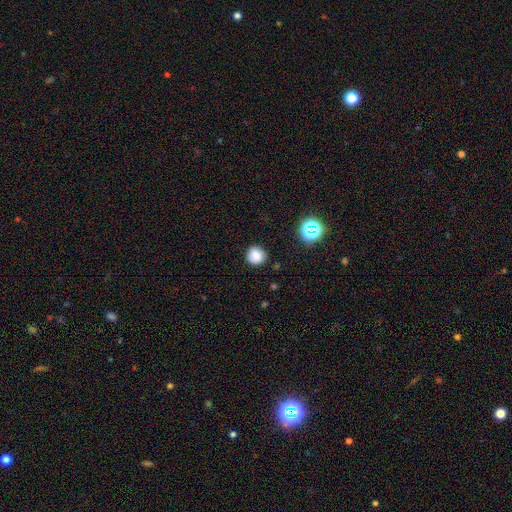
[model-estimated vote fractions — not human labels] Smooth or featured?
  - smooth: 81% *
  - star or artifact: 13%
  - featured or disk: 5%
How rounded?
  - round: 91% *
  - in between: 8%
  - cigar-shaped: 1%
Merging?
  - none: 86% *
  - minor disturbance: 9%
  - major disturbance: 3%
  - merger: 2%